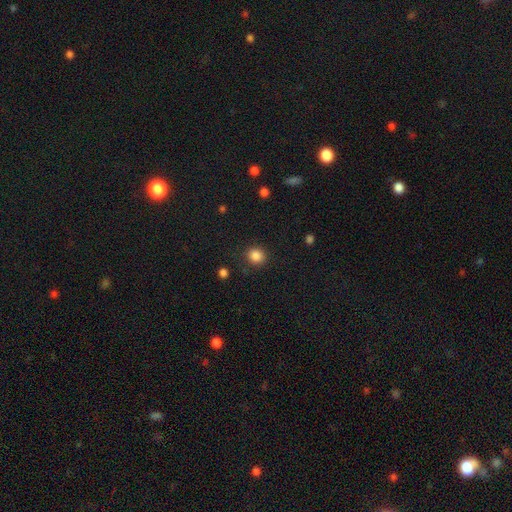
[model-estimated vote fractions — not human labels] Smooth or featured? smooth (85%)
How rounded? round (83%)
Merging? none (86%)